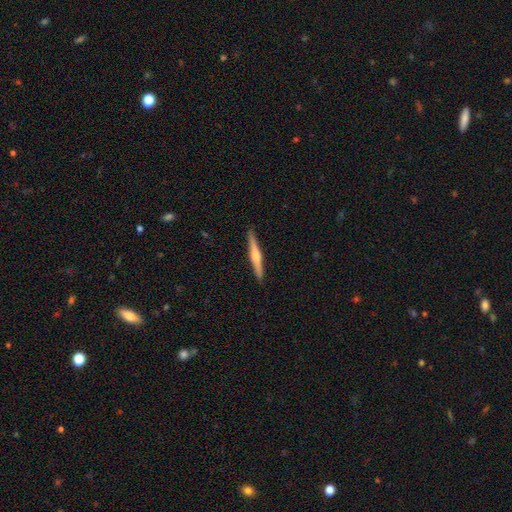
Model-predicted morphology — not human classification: This is possibly a featured or disk galaxy (57%). It is clearly viewed edge-on (98%). Edge-on bulge: likely rounded (74%). Merging: clearly none (91%).